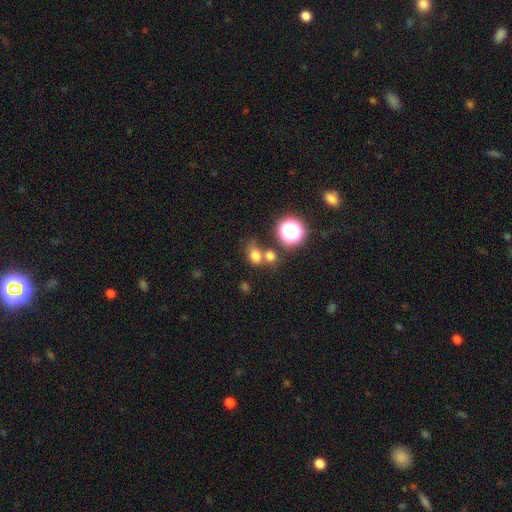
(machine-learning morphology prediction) The model was most divided on "how rounded": in between: 50%, round: 48%, cigar-shaped: 2%. Remaining: smooth or featured — smooth (73%); merging — none (48%).